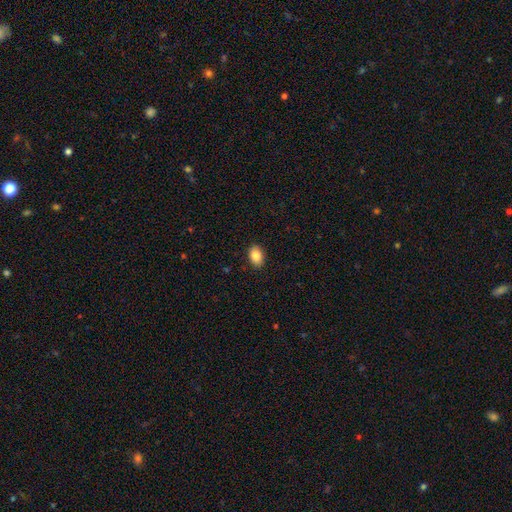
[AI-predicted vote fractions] The model was most divided on "how rounded": in between: 86%, round: 13%, cigar-shaped: 1%. More confident: merging — none (89%); smooth or featured — smooth (87%).